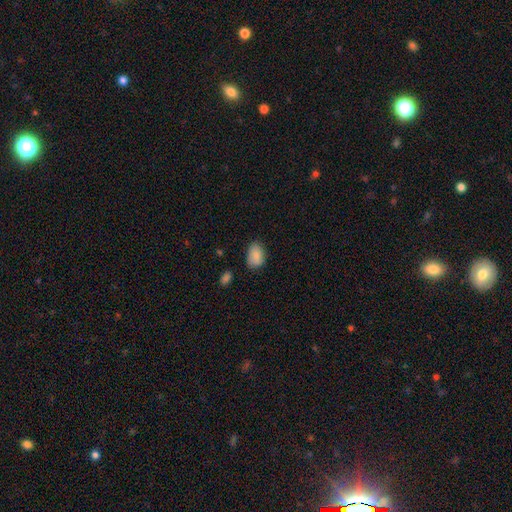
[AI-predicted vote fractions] Q: Smooth or featured?
A: smooth (86%); runner-up: star or artifact (8%)
Q: How rounded?
A: in between (84%); runner-up: round (15%)
Q: Merging?
A: none (71%); runner-up: minor disturbance (23%)